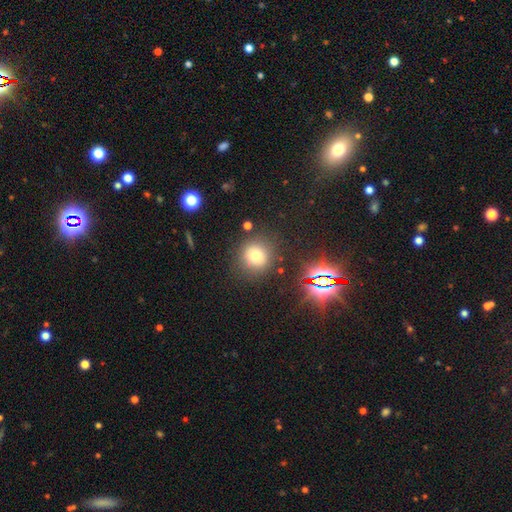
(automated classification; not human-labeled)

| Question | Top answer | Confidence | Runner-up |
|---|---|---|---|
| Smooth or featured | smooth | 67% | star or artifact (22%) |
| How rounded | round | 89% | in between (10%) |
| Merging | none | 82% | minor disturbance (10%) |